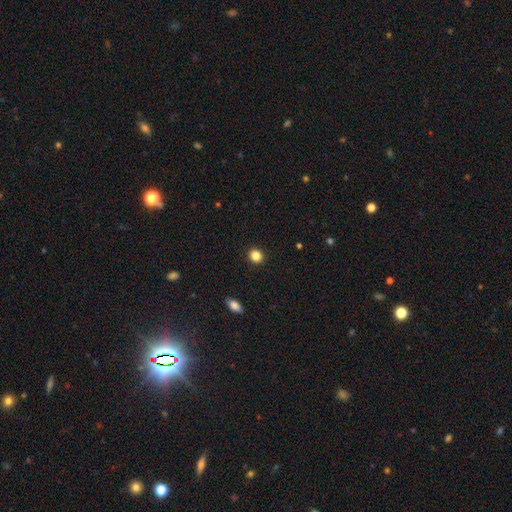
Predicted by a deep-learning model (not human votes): smooth-or-featured: smooth: 84% | star or artifact: 11% | featured or disk: 4%
  how-rounded: round: 85% | in between: 14% | cigar-shaped: 1%
  merging: none: 93% | minor disturbance: 5% | major disturbance: 2% | merger: 1%